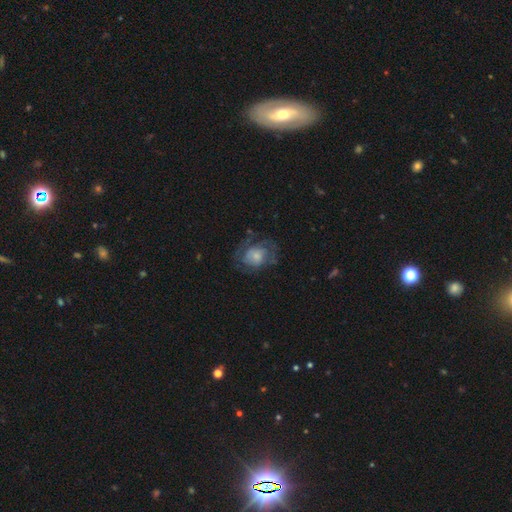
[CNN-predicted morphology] smooth_or_featured: featured or disk (p=0.47) [alt: smooth p=0.44]
merging: none (p=0.51) [alt: major disturbance p=0.24]